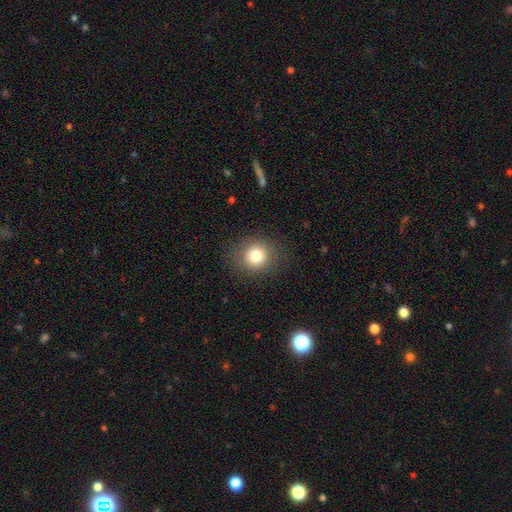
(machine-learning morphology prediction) type=smooth (79%); roundness=round (85%); merging=none (87%).